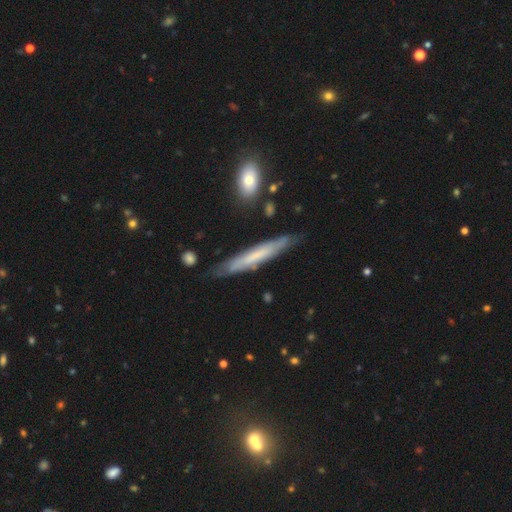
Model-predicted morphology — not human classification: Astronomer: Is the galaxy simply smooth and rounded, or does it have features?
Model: featured or disk — 51% (runner-up: smooth, 43%).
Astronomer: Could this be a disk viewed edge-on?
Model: yes — 79%.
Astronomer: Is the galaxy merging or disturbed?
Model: none — 78%.